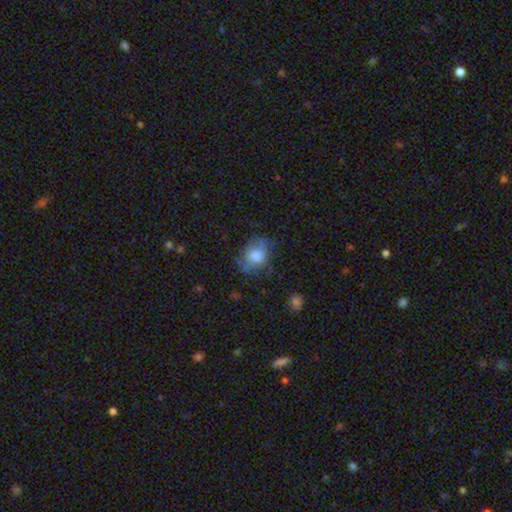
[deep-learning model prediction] Smooth or featured? Predicted: smooth (p=0.70). How rounded? Predicted: in between (p=0.54). Merging? Predicted: none (p=0.54).